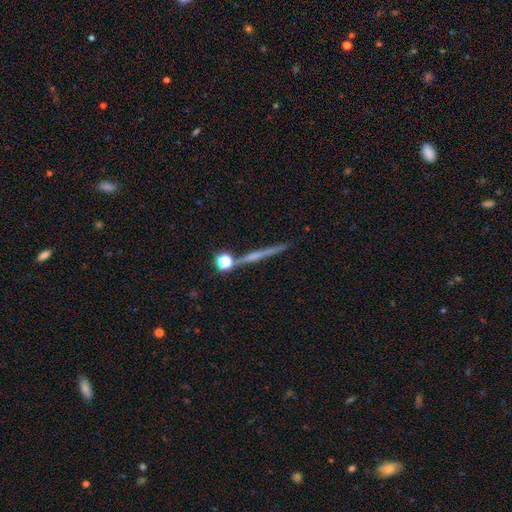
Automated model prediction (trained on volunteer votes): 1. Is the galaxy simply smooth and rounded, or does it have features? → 53% featured or disk, 34% smooth, 13% star or artifact.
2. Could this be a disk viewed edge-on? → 96% yes, 4% no.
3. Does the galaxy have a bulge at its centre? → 66% none, 26% rounded, 8% boxy.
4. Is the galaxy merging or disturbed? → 81% none, 8% minor disturbance, 8% merger, 3% major disturbance.